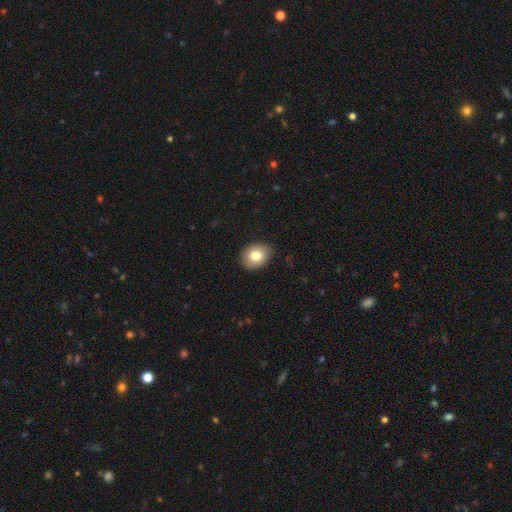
Smooth or featured? 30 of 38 (79%) said smooth. How rounded? 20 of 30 (67%) said round. Merging? 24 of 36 (67%) said none.